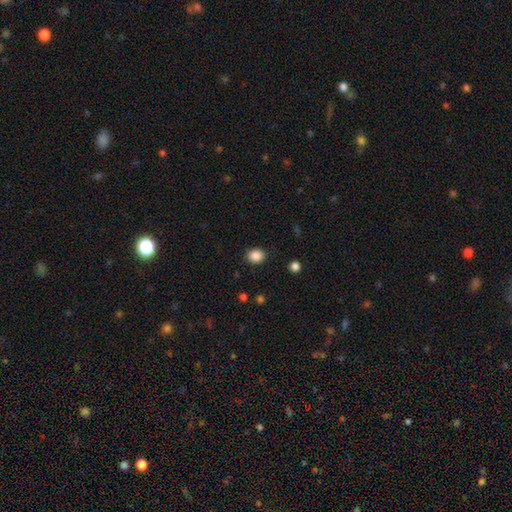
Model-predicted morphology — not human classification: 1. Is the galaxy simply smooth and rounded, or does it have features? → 87% smooth, 10% star or artifact, 3% featured or disk.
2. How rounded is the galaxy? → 63% round, 36% in between, 1% cigar-shaped.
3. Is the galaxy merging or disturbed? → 87% none, 9% minor disturbance, 3% major disturbance, 1% merger.